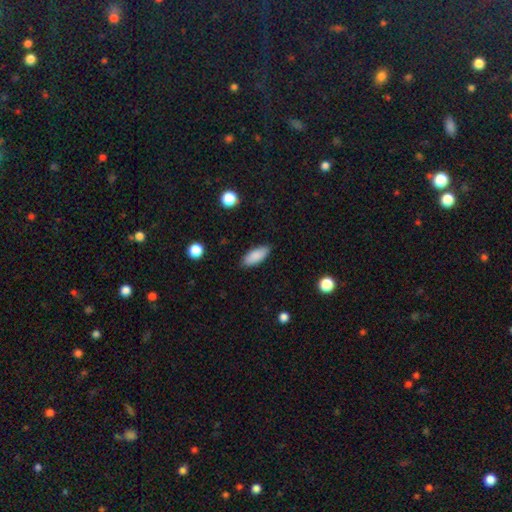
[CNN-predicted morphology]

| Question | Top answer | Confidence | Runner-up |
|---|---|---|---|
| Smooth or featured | smooth | 87% | featured or disk (7%) |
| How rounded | in between | 82% | cigar-shaped (16%) |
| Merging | none | 86% | minor disturbance (11%) |